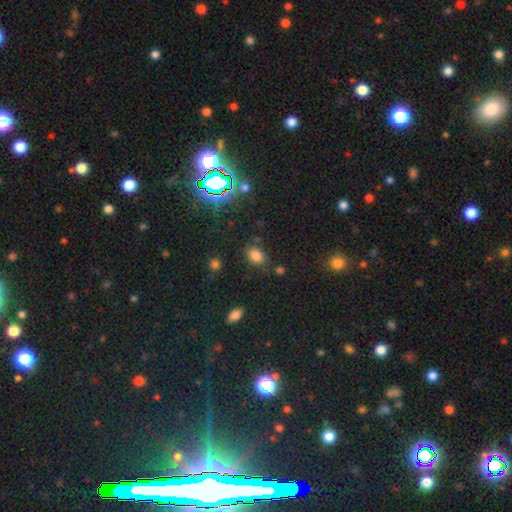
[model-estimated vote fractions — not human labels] A smooth galaxy with no disk features (78%) that is in between round and cigar-shaped (73%). Merging: none (78%).